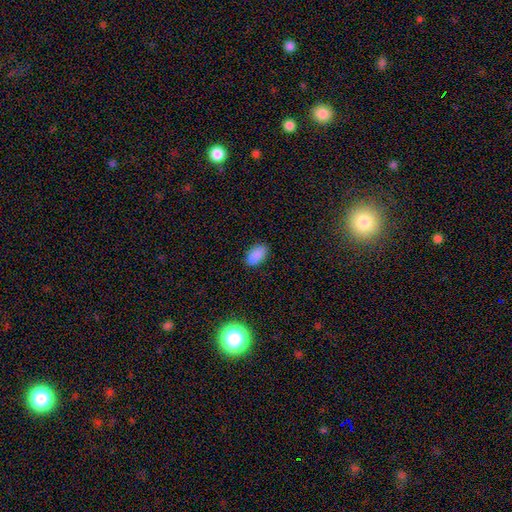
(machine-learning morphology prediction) Smooth or featured?
  - smooth: 87% *
  - star or artifact: 10%
  - featured or disk: 3%
How rounded?
  - in between: 94% *
  - round: 4%
  - cigar-shaped: 3%
Merging?
  - none: 86% *
  - minor disturbance: 11%
  - major disturbance: 2%
  - merger: 1%